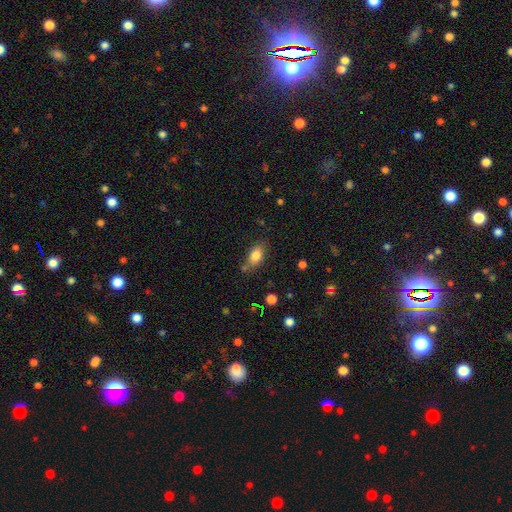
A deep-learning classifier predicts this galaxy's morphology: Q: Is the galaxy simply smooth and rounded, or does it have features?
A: smooth — 81%.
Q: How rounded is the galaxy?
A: in between — 85%.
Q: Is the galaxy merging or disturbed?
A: none — 67%.